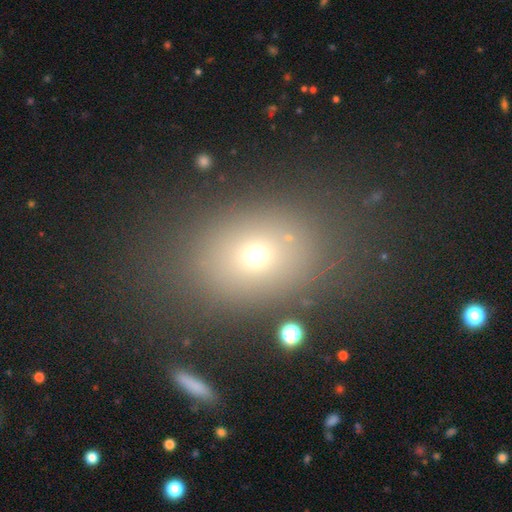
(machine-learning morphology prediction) Smooth or featured? smooth (65%)
How rounded? in between (59%)
Merging? none (78%)